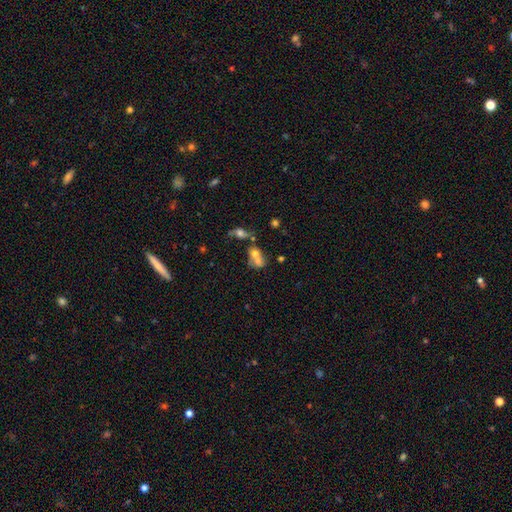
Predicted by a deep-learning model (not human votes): Smooth or featured?
  - smooth: 62% *
  - featured or disk: 24%
  - star or artifact: 14%
How rounded?
  - round: 50% *
  - in between: 48%
  - cigar-shaped: 2%
Merging?
  - merger: 66% *
  - none: 21%
  - minor disturbance: 8%
  - major disturbance: 6%